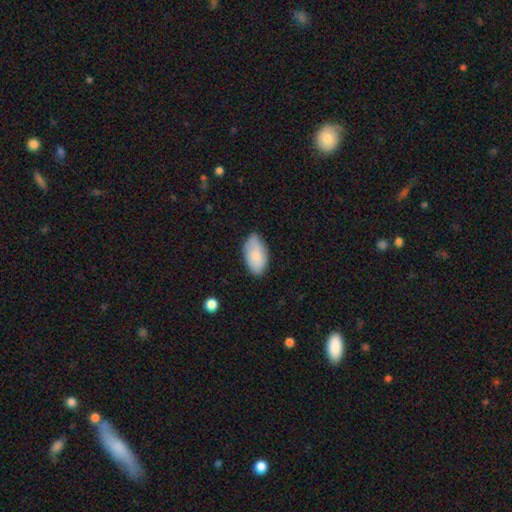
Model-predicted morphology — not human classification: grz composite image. It shows a smooth galaxy with no disk features (77%) that is in between round and cigar-shaped (95%). Merging: none (78%).